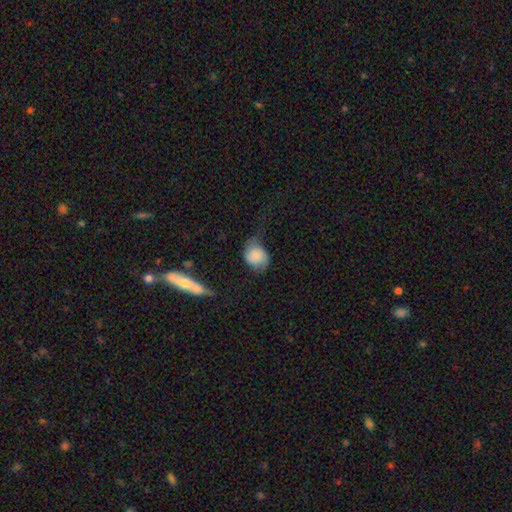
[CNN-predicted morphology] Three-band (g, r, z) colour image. It shows a smooth galaxy with no disk features (69%) that is round (64%). Merging: none (35%).